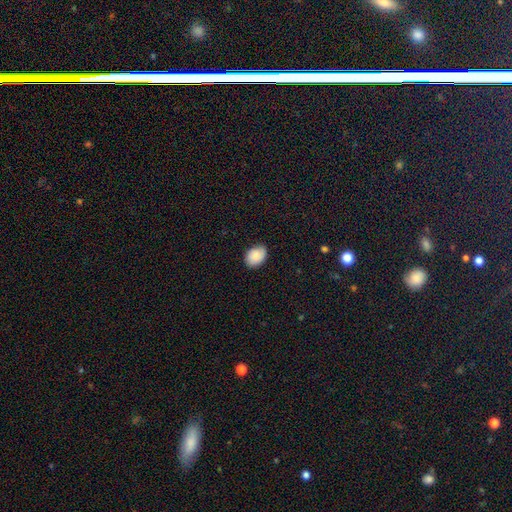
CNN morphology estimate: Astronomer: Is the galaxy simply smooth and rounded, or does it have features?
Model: smooth — 86%.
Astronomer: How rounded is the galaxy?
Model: in between — 76%.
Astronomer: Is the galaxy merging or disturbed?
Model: none — 80%.